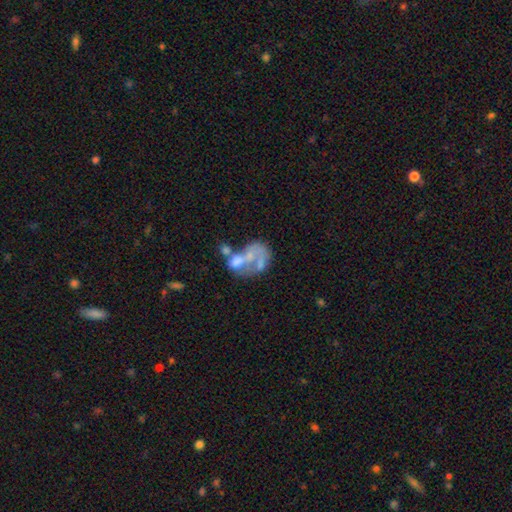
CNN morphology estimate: Q: Smooth or featured?
A: featured or disk (53%); runner-up: smooth (35%)
Q: Edge-on disk?
A: no (98%); runner-up: yes (2%)
Q: Bar?
A: no (90%); runner-up: weak (7%)
Q: Spiral arms?
A: no (90%); runner-up: yes (10%)
Q: Bulge size?
A: none (63%); runner-up: moderate (18%)
Q: Merging?
A: merger (46%); runner-up: major disturbance (27%)